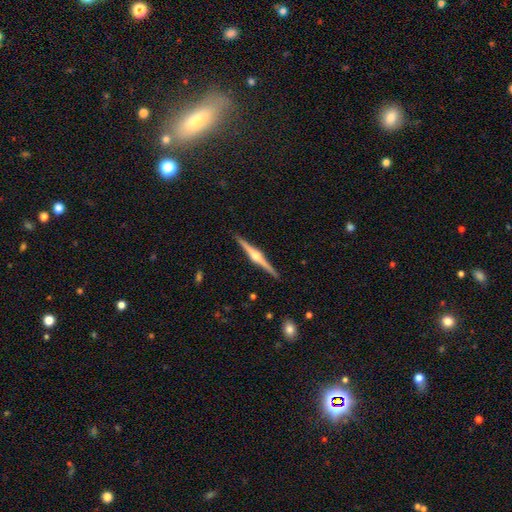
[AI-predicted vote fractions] smooth_or_featured: featured or disk (p=0.86) [alt: smooth p=0.10]
disk_edge_on: yes (p=0.99) [alt: no p=0.01]
edge_on_bulge: rounded (p=0.93) [alt: boxy p=0.04]
merging: none (p=0.92) [alt: minor disturbance p=0.06]